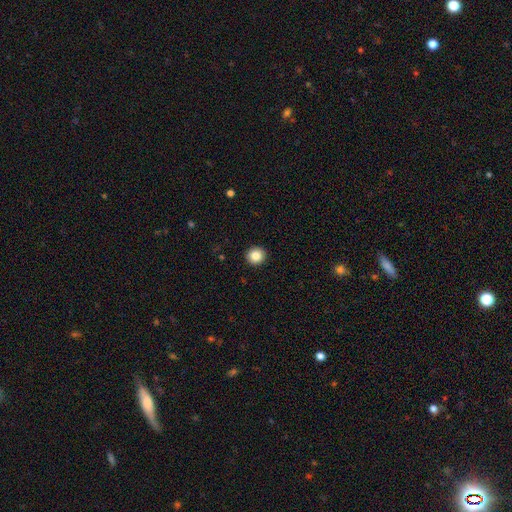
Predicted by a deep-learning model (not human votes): This is clearly a smooth galaxy (85%). How rounded: clearly round (94%). Merging: clearly none (93%).